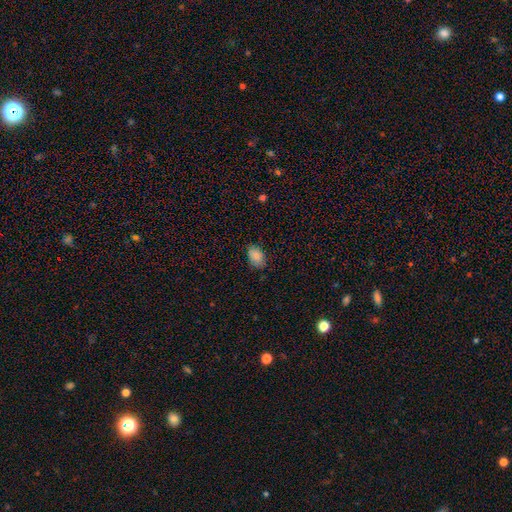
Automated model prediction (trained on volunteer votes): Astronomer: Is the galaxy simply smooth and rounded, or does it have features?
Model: smooth — 85%.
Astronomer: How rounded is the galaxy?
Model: in between — 82%.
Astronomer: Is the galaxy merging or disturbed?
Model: none — 78%.